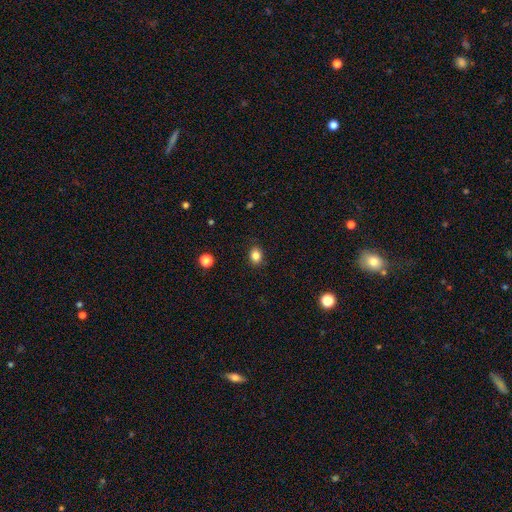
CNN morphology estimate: smooth 84%, star or artifact 11%, featured or disk 5%. Down the decision tree: how rounded — in between (55%); merging — none (88%).